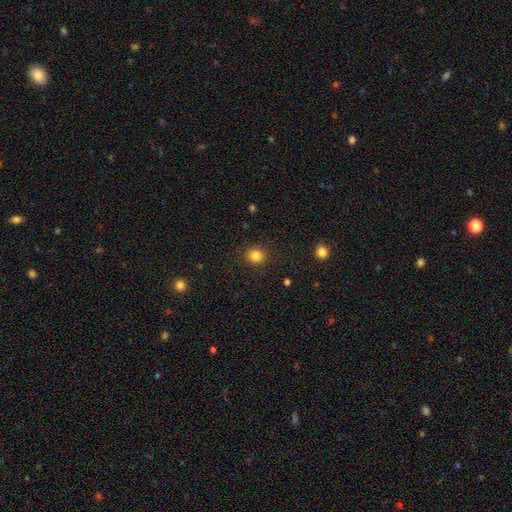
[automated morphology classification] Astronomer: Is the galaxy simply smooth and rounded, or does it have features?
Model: smooth — 83%.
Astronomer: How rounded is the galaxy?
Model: round — 83%.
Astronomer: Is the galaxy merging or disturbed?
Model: none — 89%.